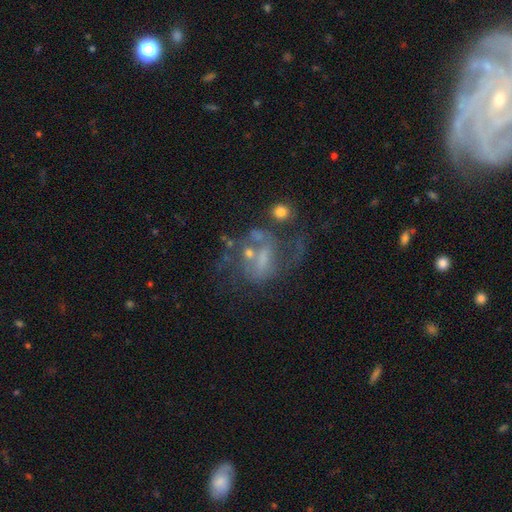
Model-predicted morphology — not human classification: Smooth or featured? featured or disk (71%)
Edge-on disk? no (97%)
Bar? weak (42%)
Spiral arms? yes (68%)
Bulge size? small (39%)
Merging? none (37%)